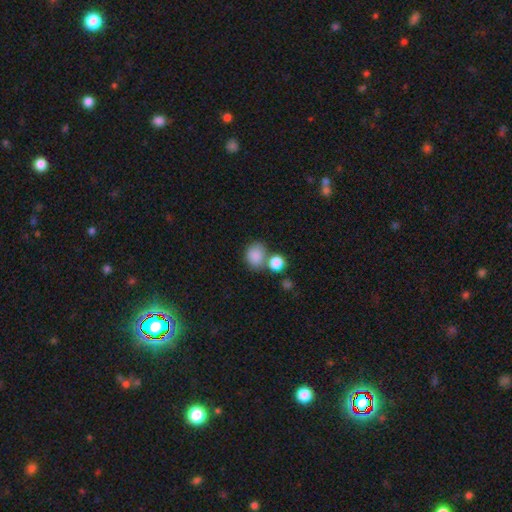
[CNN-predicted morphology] Smooth or featured? Predicted: smooth (p=0.85). How rounded? Predicted: round (p=0.63). Merging? Predicted: none (p=0.51).